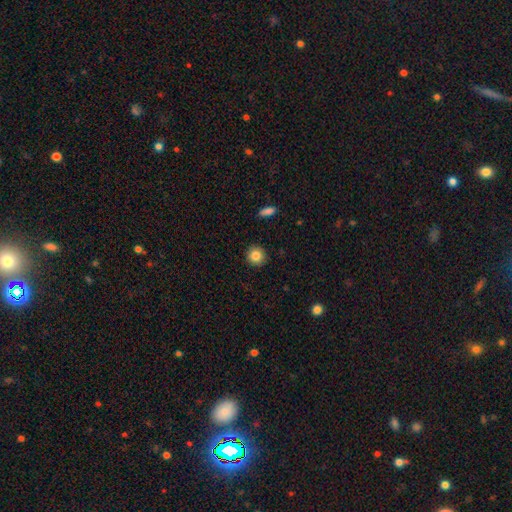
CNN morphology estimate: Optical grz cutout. It shows a smooth galaxy with no disk features (84%) that is round (93%). Merging: none (92%).